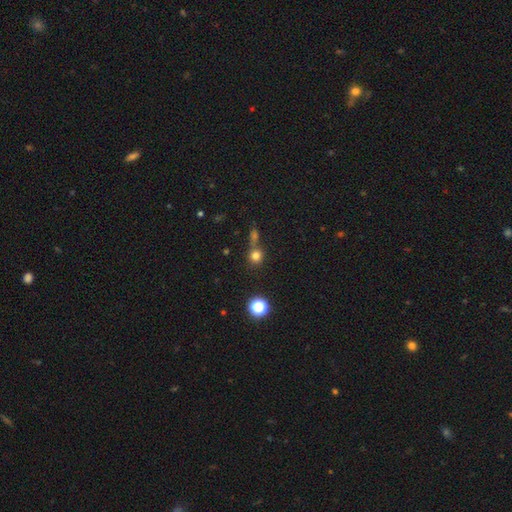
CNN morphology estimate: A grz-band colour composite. It shows a smooth galaxy with no disk features (75%) that is round (88%). Merging: none (57%).